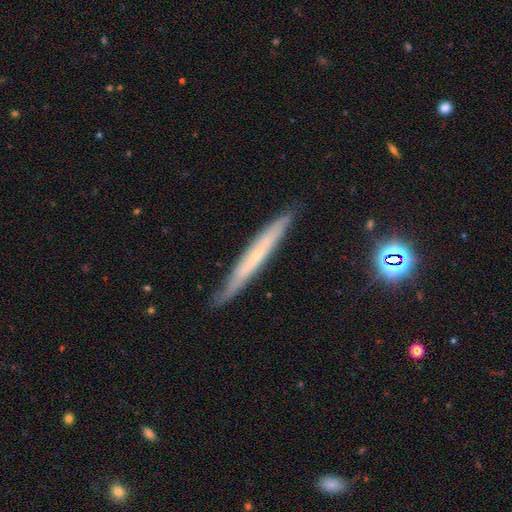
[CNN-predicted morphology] This appears to be a featured or disk galaxy (54%) viewed edge-on (88%). Merging: none (84%).